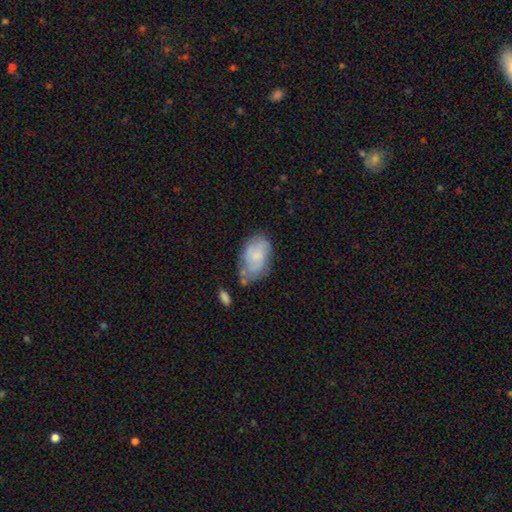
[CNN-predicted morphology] smooth 62%, featured or disk 31%, star or artifact 7%. Down the decision tree: how rounded — in between (90%); merging — none (54%).